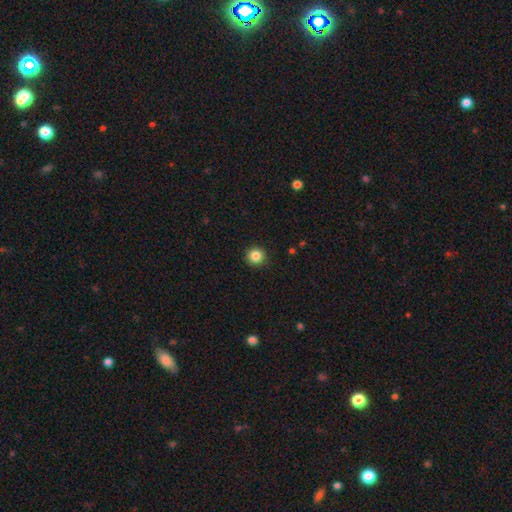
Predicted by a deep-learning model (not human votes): Overall: smooth (85%). How rounded: round (95%). Merging: none (92%).